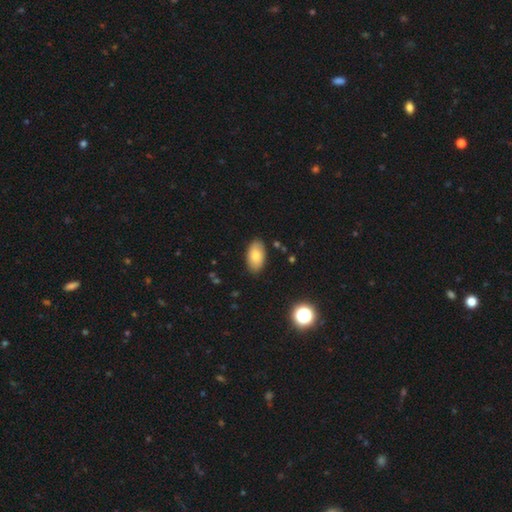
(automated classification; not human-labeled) Overall: smooth (79%). How rounded: in between (94%). Merging: none (86%).